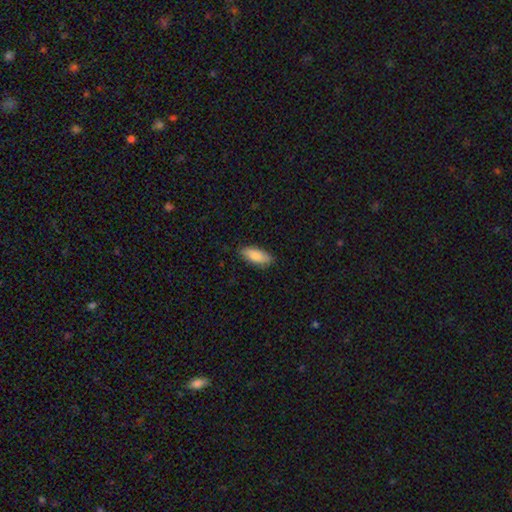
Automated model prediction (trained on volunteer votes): Overall: smooth (86%). How rounded: in between (79%). Merging: none (85%).